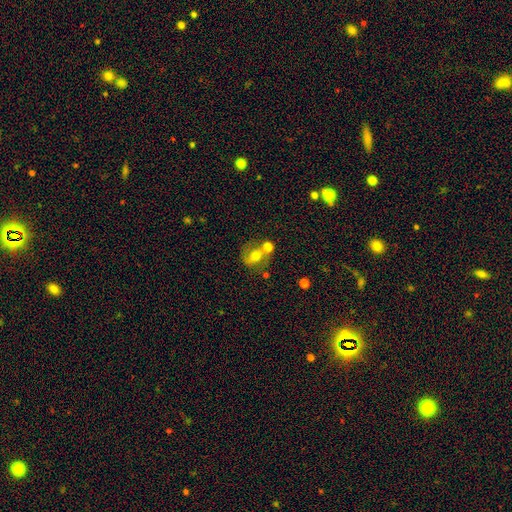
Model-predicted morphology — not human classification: A smooth galaxy with no disk features (53%) that is round (53%). Merging: none (44%).